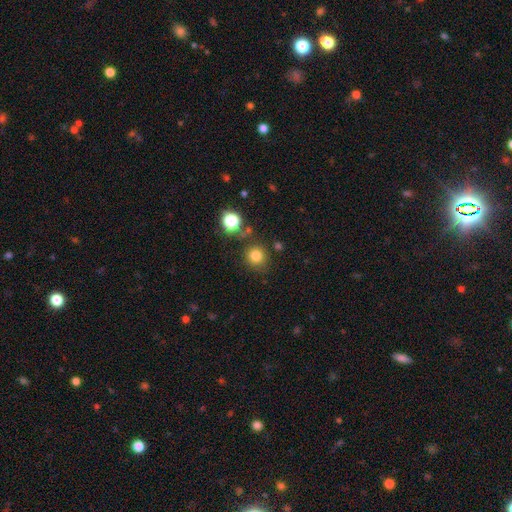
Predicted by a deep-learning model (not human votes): This appears to be a smooth galaxy with no disk features (80%) that is round (91%). Merging: none (81%).